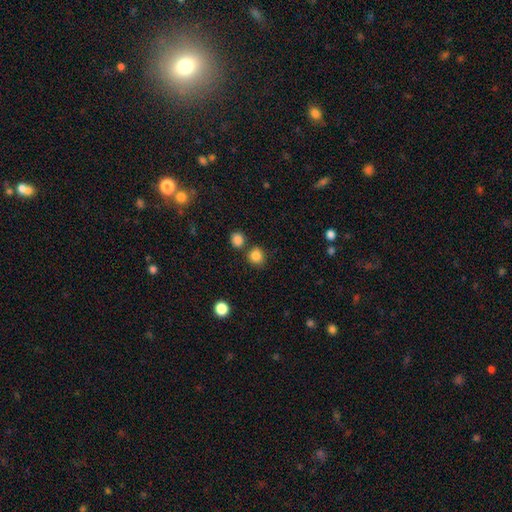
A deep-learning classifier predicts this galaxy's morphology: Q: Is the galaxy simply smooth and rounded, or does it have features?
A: smooth — 84%.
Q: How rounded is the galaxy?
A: round — 84%.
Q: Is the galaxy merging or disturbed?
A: none — 74%.